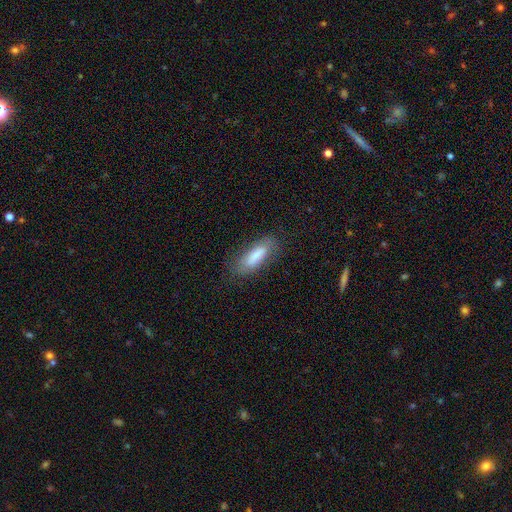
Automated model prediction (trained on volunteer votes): smooth 76%, featured or disk 17%, star or artifact 7%. Down the decision tree: how rounded — in between (54%); merging — none (74%).